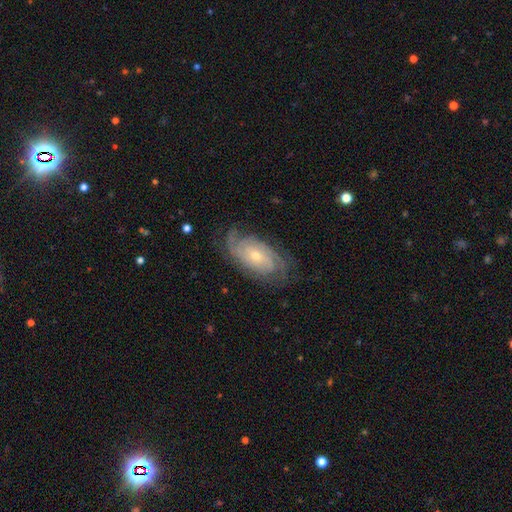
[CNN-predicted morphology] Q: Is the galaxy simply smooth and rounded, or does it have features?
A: featured or disk — 85%.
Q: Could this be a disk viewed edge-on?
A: no — 95%.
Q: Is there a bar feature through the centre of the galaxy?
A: no — 72%.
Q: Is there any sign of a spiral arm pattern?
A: yes — 96%.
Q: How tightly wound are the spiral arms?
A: tight — 67%.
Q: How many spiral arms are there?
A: can't tell — 32%.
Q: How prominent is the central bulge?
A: small — 60%.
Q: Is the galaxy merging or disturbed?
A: none — 74%.